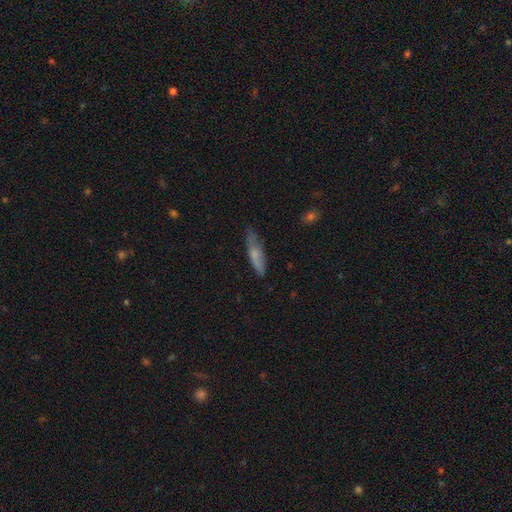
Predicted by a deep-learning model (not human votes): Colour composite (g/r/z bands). It shows a smooth galaxy with no disk features (65%) that is cigar-shaped (74%). Merging: none (71%).